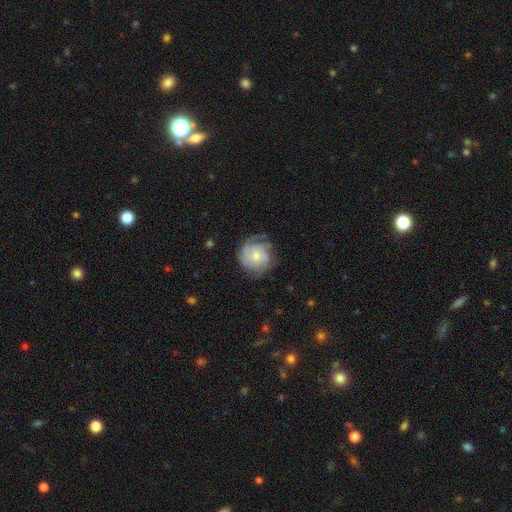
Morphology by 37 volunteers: type=featured or disk (86%); edge-on=no (97%); bar=no (87%); spiral arms=yes (94%); winding=tight (52%); arm count=4 (38%); bulge=moderate (55%); merging=none (66%).